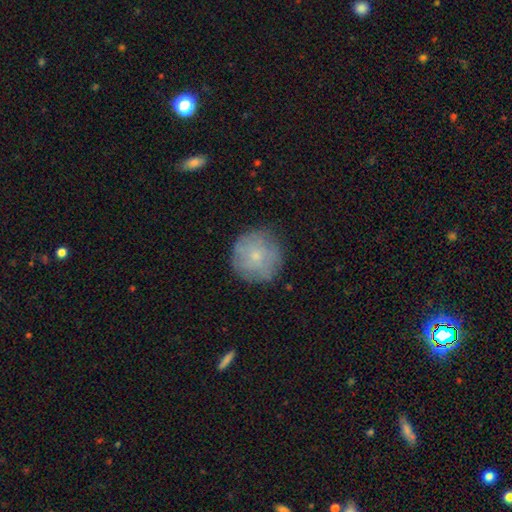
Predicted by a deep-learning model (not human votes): Smooth or featured? Predicted: smooth (p=0.65). How rounded? Predicted: round (p=0.94). Merging? Predicted: none (p=0.81).